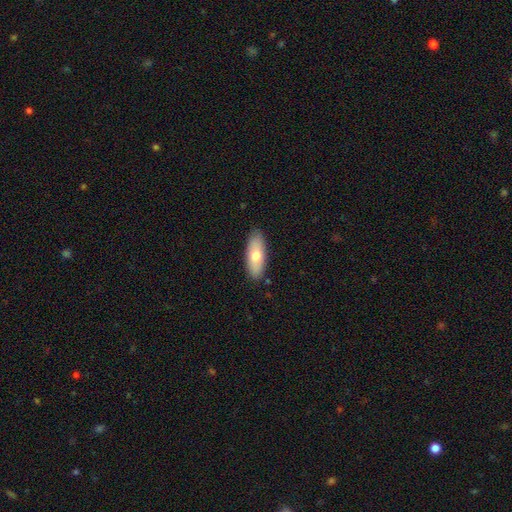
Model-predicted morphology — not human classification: smooth_or_featured: smooth (p=0.70) [alt: featured or disk p=0.24]
how_rounded: in between (p=0.77) [alt: cigar-shaped p=0.20]
merging: none (p=0.86) [alt: minor disturbance p=0.10]